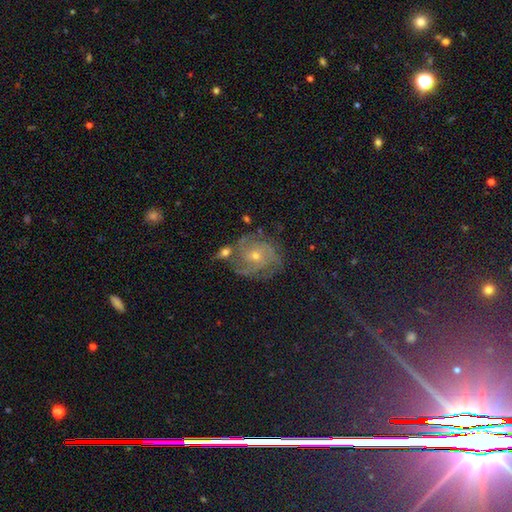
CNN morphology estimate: Smooth or featured? Predicted: featured or disk (p=0.71). Edge-on disk? Predicted: no (p=0.97). Bar? Predicted: no (p=0.71). Spiral arms? Predicted: yes (p=0.94). Spiral winding? Predicted: tight (p=0.59). Spiral arm count? Predicted: 3 (p=0.27). Bulge size? Predicted: small (p=0.59). Merging? Predicted: none (p=0.66).